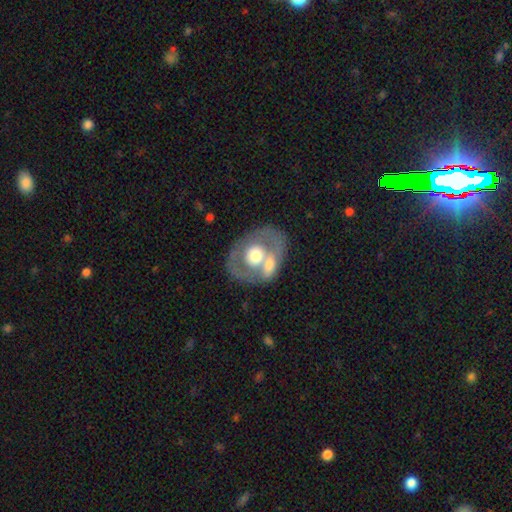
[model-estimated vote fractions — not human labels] Smooth or featured: featured or disk — 52% (smooth — 42%)
Edge-on disk: no — 93% (yes — 7%)
Merging: none — 47% (merger — 32%)